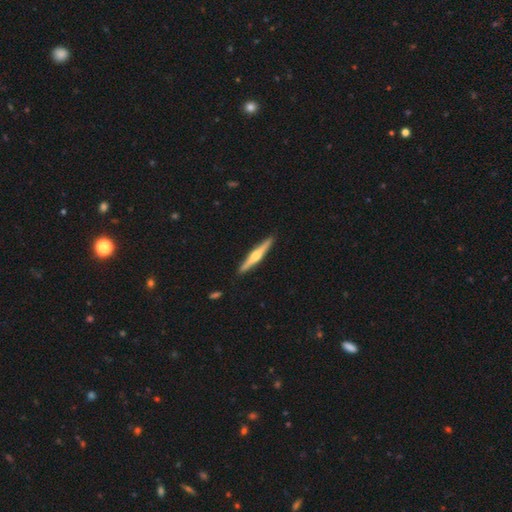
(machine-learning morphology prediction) This appears to be a featured or disk galaxy (68%) viewed edge-on (98%) with a rounded central bulge (90%). Merging: none (92%).